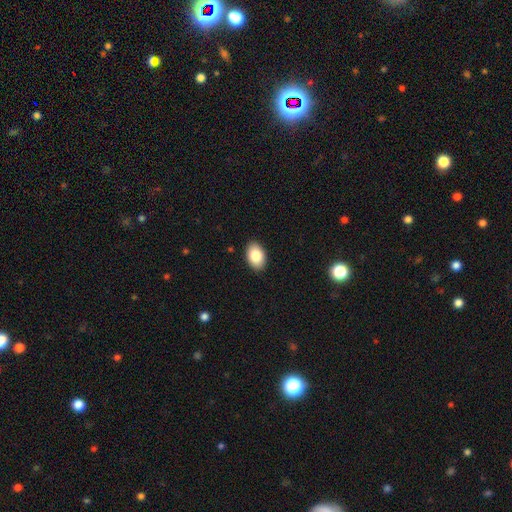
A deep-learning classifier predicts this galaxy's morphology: Smooth or featured: smooth — 84% (featured or disk — 8%)
How rounded: in between — 88% (round — 11%)
Merging: none — 89% (minor disturbance — 8%)